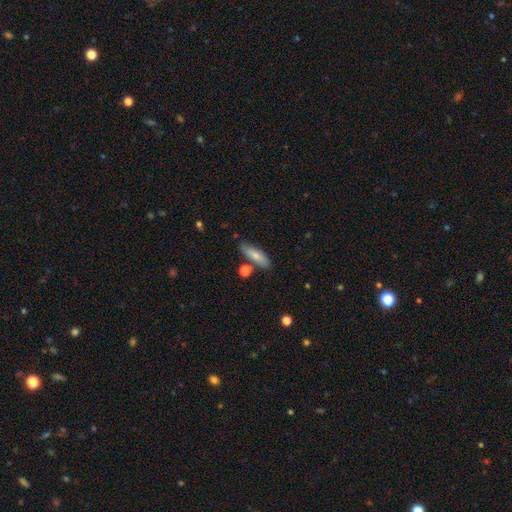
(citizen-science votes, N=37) Smooth or featured? smooth (81%)
How rounded? in between (77%)
Merging? none (81%)